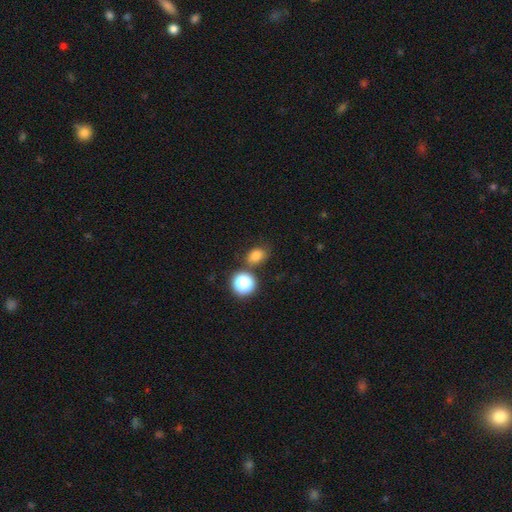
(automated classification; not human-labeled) Smooth or featured?
  - smooth: 77% *
  - star or artifact: 17%
  - featured or disk: 6%
How rounded?
  - in between: 56% *
  - round: 43%
  - cigar-shaped: 1%
Merging?
  - none: 71% *
  - minor disturbance: 14%
  - merger: 10%
  - major disturbance: 4%